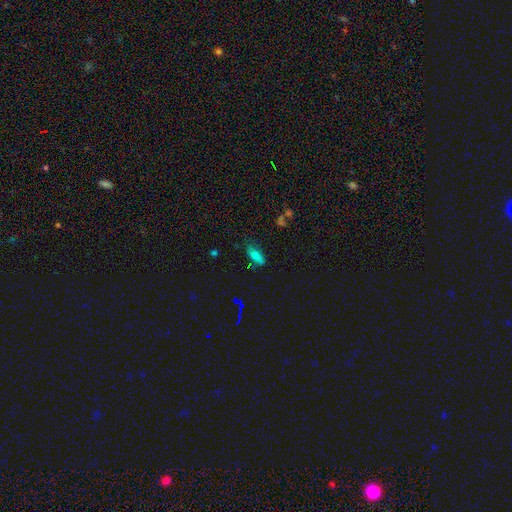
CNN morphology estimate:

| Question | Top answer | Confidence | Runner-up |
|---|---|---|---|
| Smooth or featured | smooth | 72% | star or artifact (16%) |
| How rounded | in between | 75% | cigar-shaped (22%) |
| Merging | none | 67% | minor disturbance (25%) |